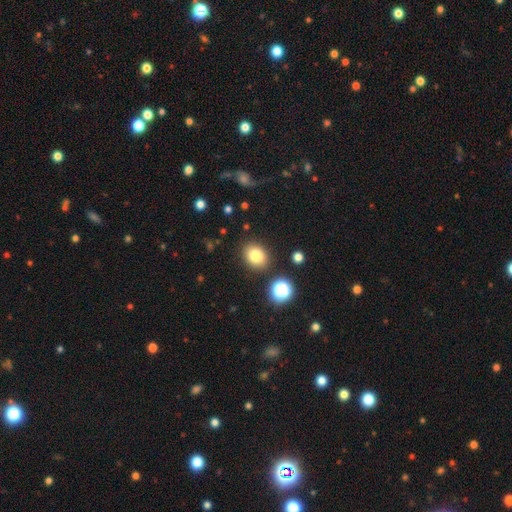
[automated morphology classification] Smooth or featured? Predicted: smooth (p=0.80). How rounded? Predicted: round (p=0.52). Merging? Predicted: none (p=0.85).